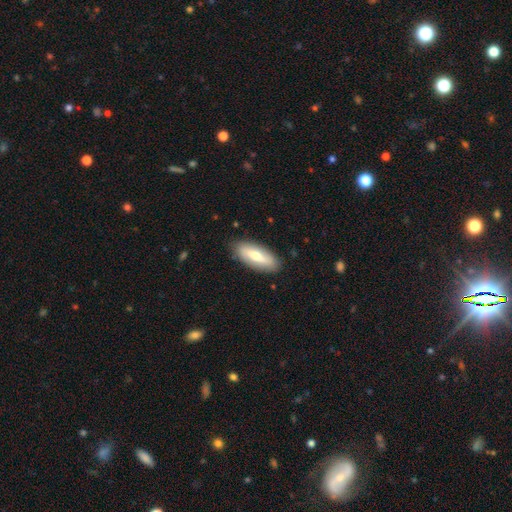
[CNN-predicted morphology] type=smooth (59%); roundness=in between (75%); merging=none (86%).